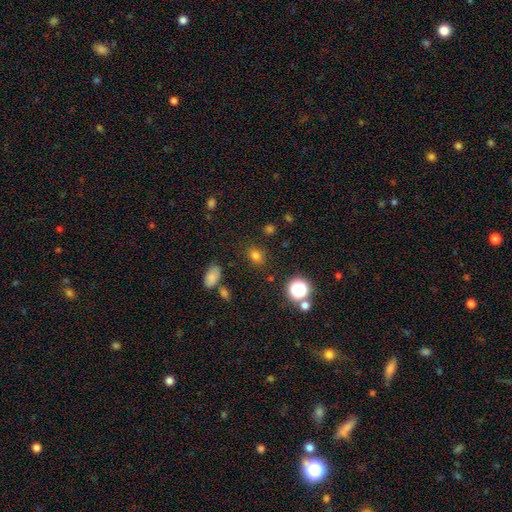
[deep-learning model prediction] A smooth galaxy with no disk features (75%) that is round (50%).

Vote fractions:
- Smooth or featured? smooth: 75% / star or artifact: 19% / featured or disk: 6%
- How rounded? round: 50% / in between: 49% / cigar-shaped: 1%
- Merging? none: 82% / minor disturbance: 11% / major disturbance: 4% / merger: 3%